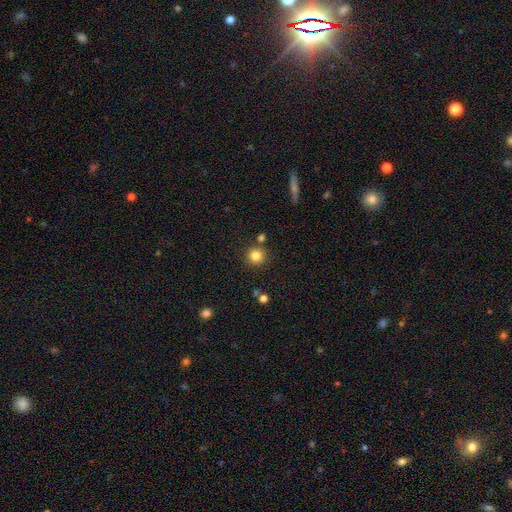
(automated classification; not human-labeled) Smooth or featured? Predicted: smooth (p=0.83). How rounded? Predicted: round (p=0.94). Merging? Predicted: none (p=0.83).